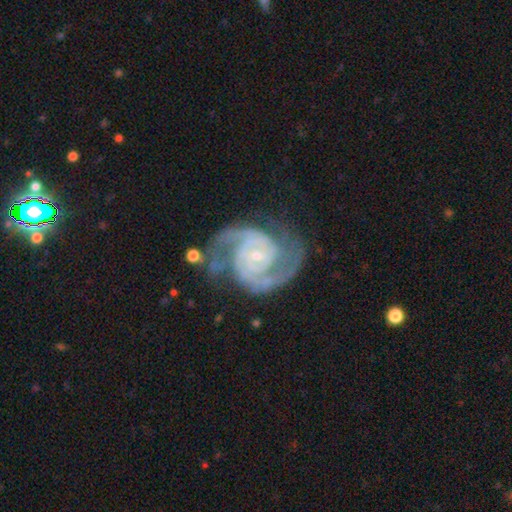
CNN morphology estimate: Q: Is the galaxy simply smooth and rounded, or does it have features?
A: featured or disk — 92%.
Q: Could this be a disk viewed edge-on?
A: no — 98%.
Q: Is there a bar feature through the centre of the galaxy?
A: no — 62%.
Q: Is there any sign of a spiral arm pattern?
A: yes — 98%.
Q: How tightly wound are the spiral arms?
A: tight — 51%.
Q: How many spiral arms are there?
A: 2 — 77%.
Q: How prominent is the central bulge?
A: small — 79%.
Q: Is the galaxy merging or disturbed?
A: none — 67%.